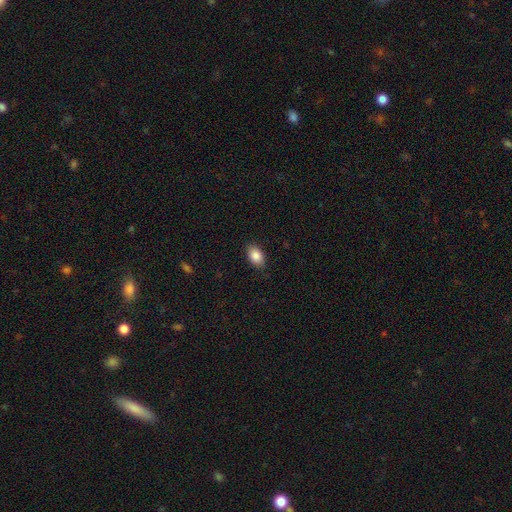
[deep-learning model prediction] Smooth or featured? smooth (86%)
How rounded? in between (88%)
Merging? none (86%)